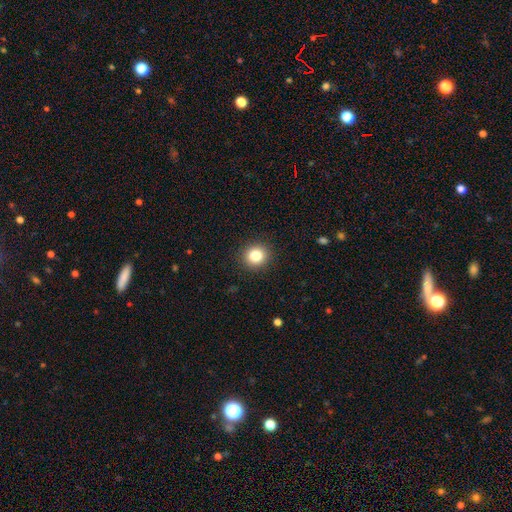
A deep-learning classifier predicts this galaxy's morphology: smooth-or-featured: smooth: 82% | star or artifact: 11% | featured or disk: 6%
  how-rounded: round: 87% | in between: 12% | cigar-shaped: 1%
  merging: none: 91% | minor disturbance: 6% | major disturbance: 2% | merger: 1%